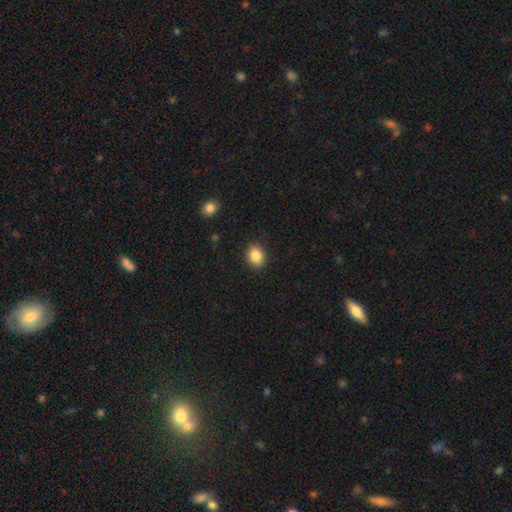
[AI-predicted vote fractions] Smooth or featured: smooth — 86% (star or artifact — 9%)
How rounded: in between — 58% (round — 41%)
Merging: none — 89% (minor disturbance — 8%)